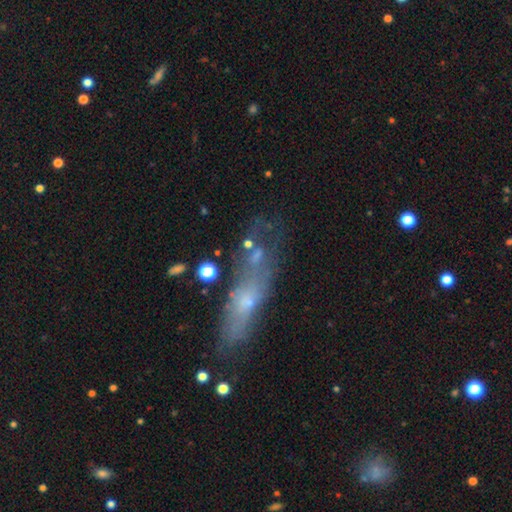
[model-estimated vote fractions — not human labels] A smooth galaxy with no disk features (41%, tied with featured or disk). Merging: none (54%).